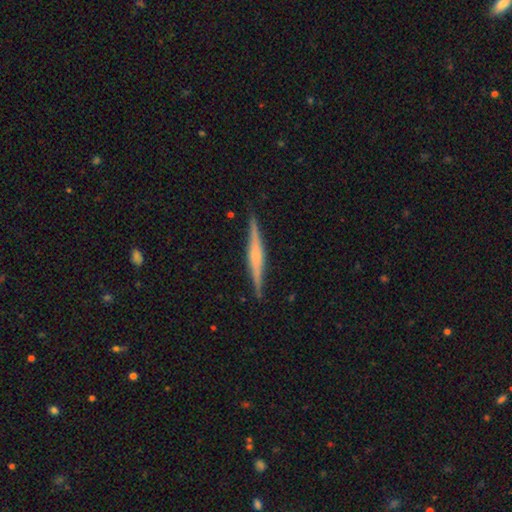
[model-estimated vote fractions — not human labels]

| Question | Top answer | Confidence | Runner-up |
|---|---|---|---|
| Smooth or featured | featured or disk | 73% | smooth (21%) |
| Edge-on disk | yes | 98% | no (2%) |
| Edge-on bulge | rounded | 52% | boxy (30%) |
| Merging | none | 90% | minor disturbance (8%) |